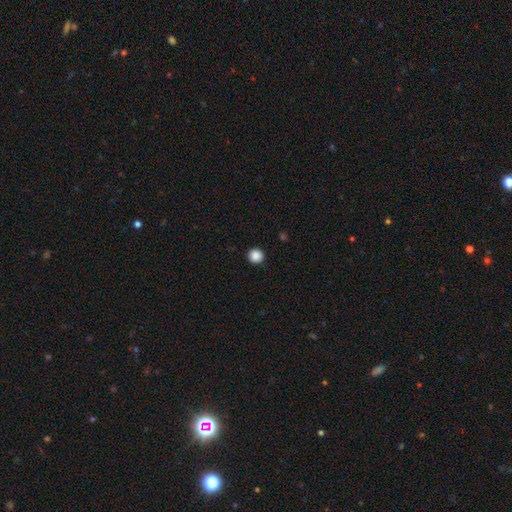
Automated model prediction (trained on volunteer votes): Q: Smooth or featured?
A: smooth (88%); runner-up: star or artifact (10%)
Q: How rounded?
A: round (95%); runner-up: in between (4%)
Q: Merging?
A: none (93%); runner-up: minor disturbance (4%)